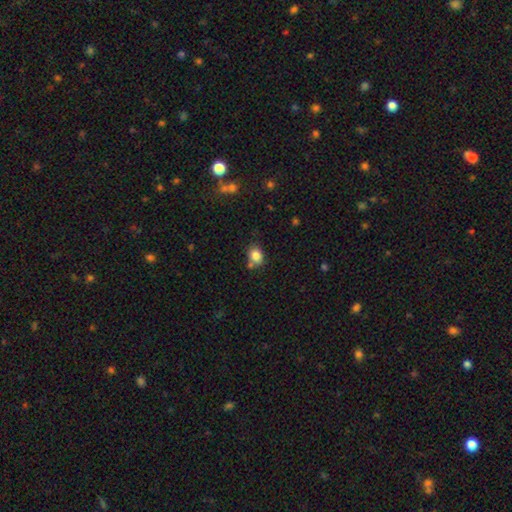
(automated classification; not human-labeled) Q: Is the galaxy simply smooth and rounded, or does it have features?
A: smooth — 83%.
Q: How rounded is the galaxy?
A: round — 51%.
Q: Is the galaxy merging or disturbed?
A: none — 65%.